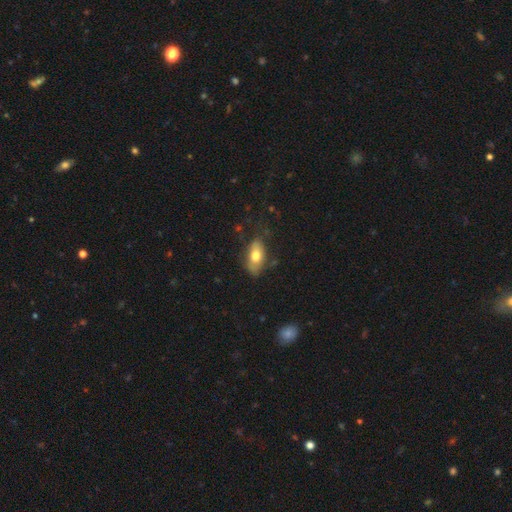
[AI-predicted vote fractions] A smooth galaxy with no disk features (69%) that is in between round and cigar-shaped (89%).

Vote fractions:
- Smooth or featured? smooth: 69% / featured or disk: 25% / star or artifact: 7%
- How rounded? in between: 89% / cigar-shaped: 7% / round: 5%
- Merging? none: 64% / minor disturbance: 25% / major disturbance: 9% / merger: 2%